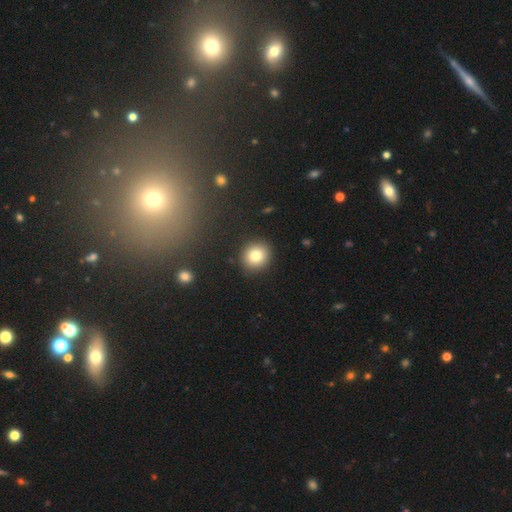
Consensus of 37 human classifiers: Q: Smooth or featured?
A: smooth (86%); runner-up: featured or disk (8%)
Q: How rounded?
A: round (84%); runner-up: in between (16%)
Q: Merging?
A: none (83%); runner-up: minor disturbance (14%)